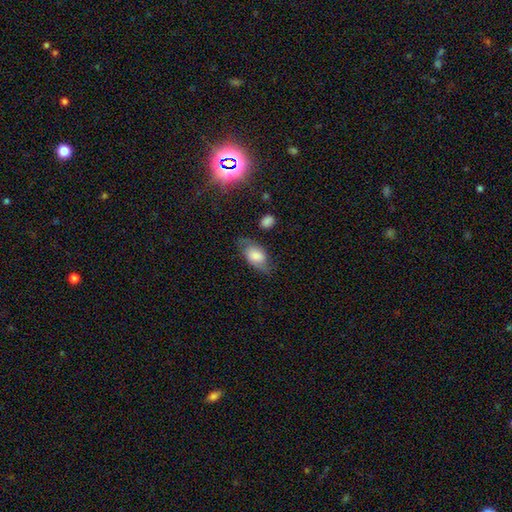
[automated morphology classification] Overall: smooth (57%; featured or disk 34%). How rounded: in between (87%). Merging: none (63%; minor disturbance 24%).